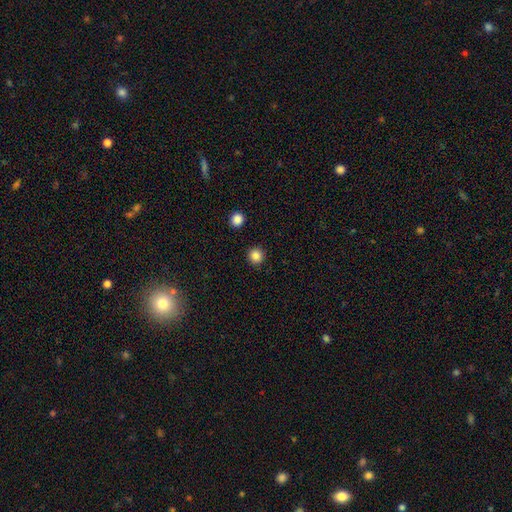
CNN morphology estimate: Smooth or featured? smooth (85%)
How rounded? round (94%)
Merging? none (92%)